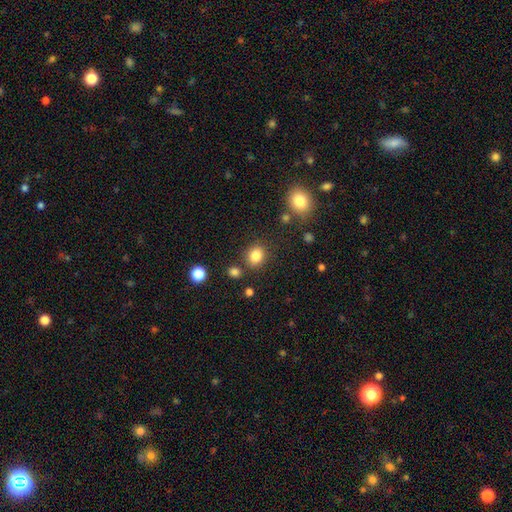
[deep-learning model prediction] Smooth or featured: smooth — 84% (star or artifact — 11%)
How rounded: round — 66% (in between — 33%)
Merging: none — 82% (minor disturbance — 10%)